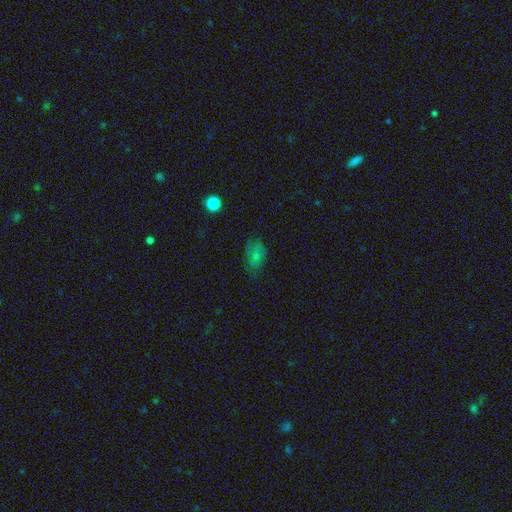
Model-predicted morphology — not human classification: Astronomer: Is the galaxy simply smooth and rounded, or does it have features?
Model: smooth — 68%.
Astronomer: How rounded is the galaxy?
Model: in between — 84%.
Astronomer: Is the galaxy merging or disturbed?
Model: none — 63%.